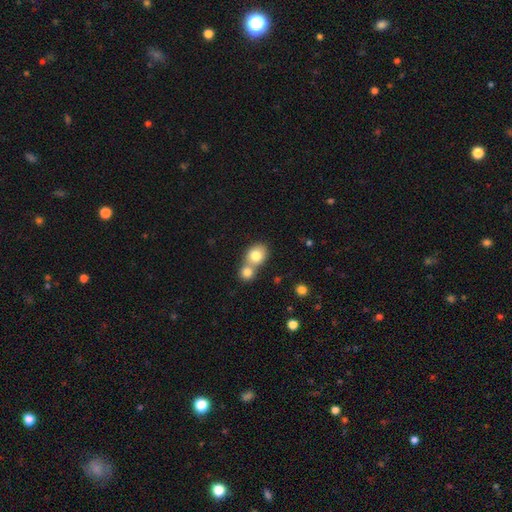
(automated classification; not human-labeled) A smooth galaxy with no disk features (79%) that is round (62%). Merging: merger (59%).